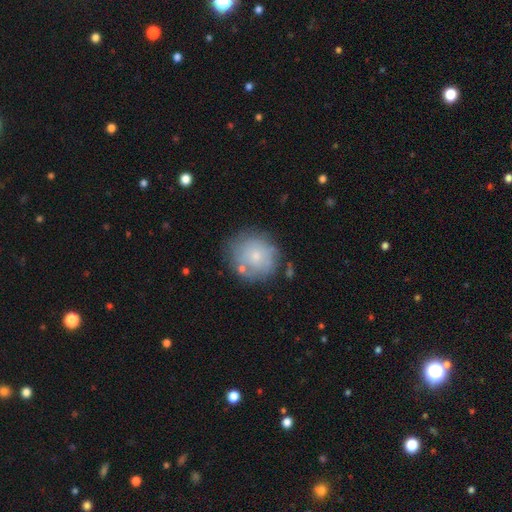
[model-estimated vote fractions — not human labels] smooth 59%, featured or disk 32%, star or artifact 9%. Down the decision tree: how rounded — round (88%); merging — none (70%).